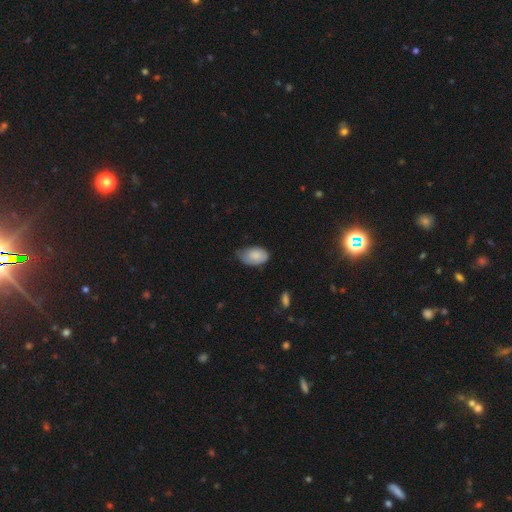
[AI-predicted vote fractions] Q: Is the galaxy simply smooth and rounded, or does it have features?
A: smooth — 80%.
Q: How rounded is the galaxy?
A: in between — 92%.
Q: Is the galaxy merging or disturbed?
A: none — 45%.